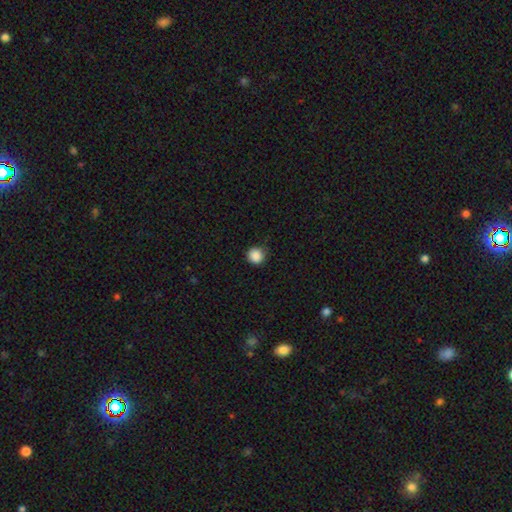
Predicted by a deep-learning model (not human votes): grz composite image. It shows a smooth galaxy with no disk features (88%) that is round (94%). Merging: none (84%).